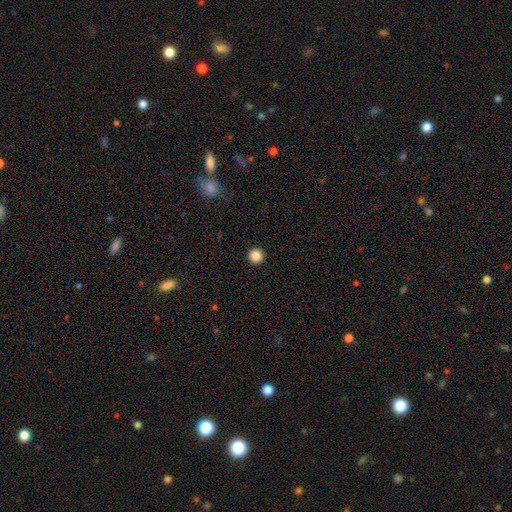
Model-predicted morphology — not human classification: smooth 87%, star or artifact 10%, featured or disk 3%. Down the decision tree: how rounded — round (97%); merging — none (94%).